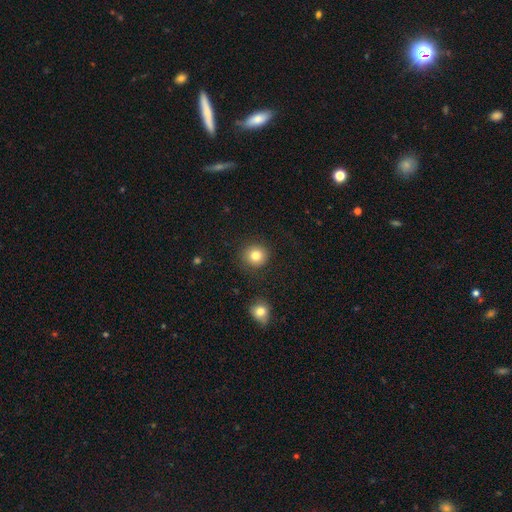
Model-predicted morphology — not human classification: Smooth or featured?
  - smooth: 82% *
  - star or artifact: 11%
  - featured or disk: 8%
How rounded?
  - round: 91% *
  - in between: 8%
  - cigar-shaped: 1%
Merging?
  - none: 89% *
  - minor disturbance: 6%
  - major disturbance: 2%
  - merger: 2%